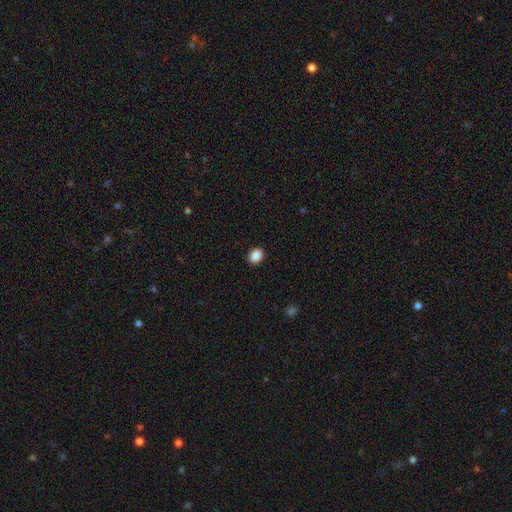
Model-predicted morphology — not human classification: smooth 89%, star or artifact 9%, featured or disk 2%. Down the decision tree: how rounded — round (55%); merging — none (91%).